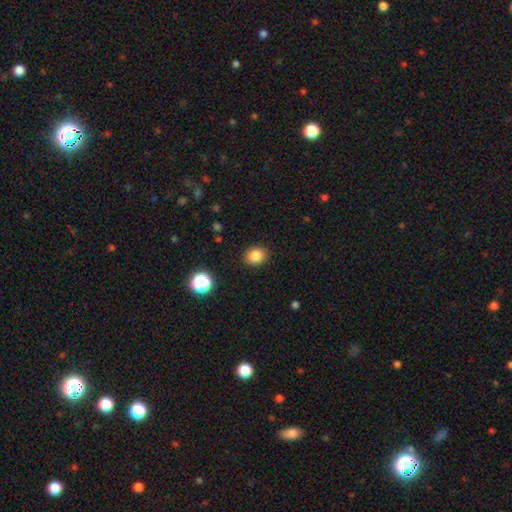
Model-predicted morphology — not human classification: A smooth galaxy with no disk features (84%) that is round (58%).

Vote fractions:
- Smooth or featured? smooth: 84% / star or artifact: 11% / featured or disk: 4%
- How rounded? round: 58% / in between: 41% / cigar-shaped: 1%
- Merging? none: 89% / minor disturbance: 8% / major disturbance: 2% / merger: 1%